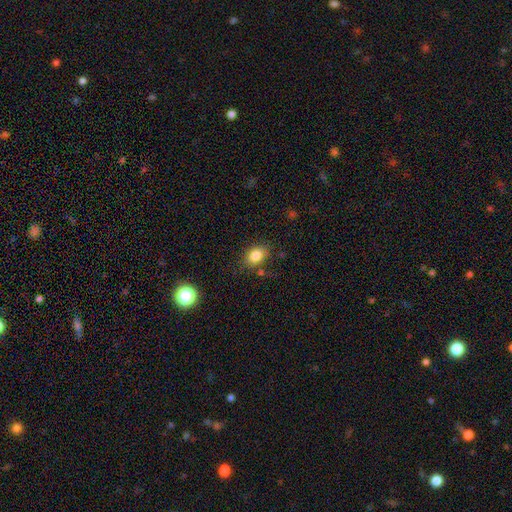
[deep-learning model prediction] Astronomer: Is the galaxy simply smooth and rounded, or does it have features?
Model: smooth — 83%.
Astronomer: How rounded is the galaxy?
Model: in between — 70%.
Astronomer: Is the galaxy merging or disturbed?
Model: none — 76%.